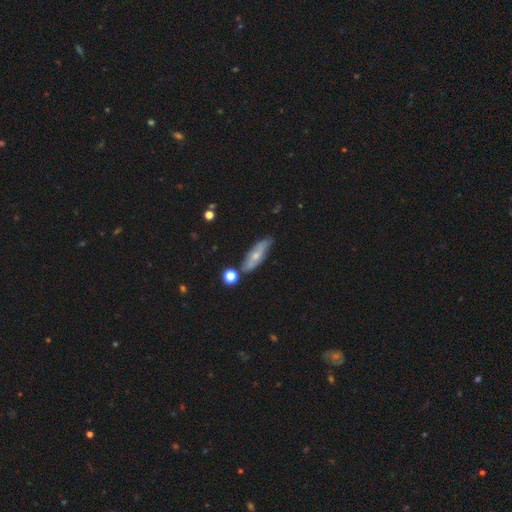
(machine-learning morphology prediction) A featured or disk galaxy (49%).

Vote fractions:
- Smooth or featured? featured or disk: 49% / smooth: 44% / star or artifact: 7%
- Merging? none: 70% / minor disturbance: 19% / merger: 6% / major disturbance: 4%